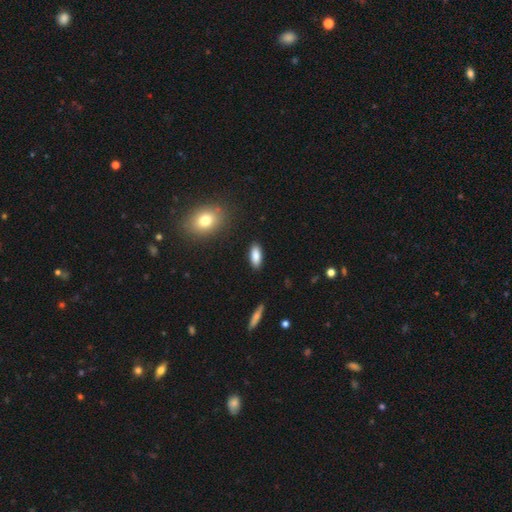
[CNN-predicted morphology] Overall: smooth (86%). How rounded: in between (82%). Merging: none (89%).